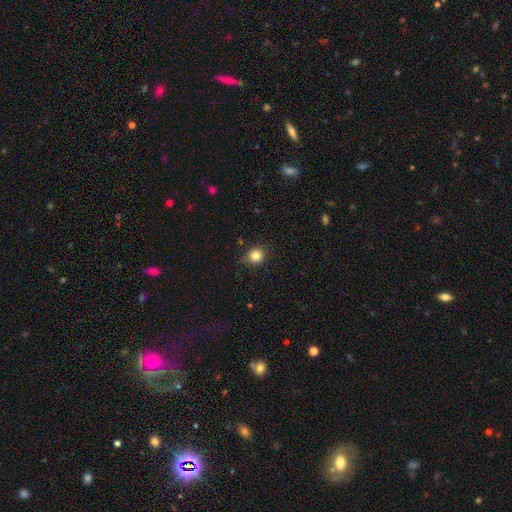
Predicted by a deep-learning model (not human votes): smooth 83%, star or artifact 12%, featured or disk 5%. Down the decision tree: how rounded — round (88%); merging — none (83%).